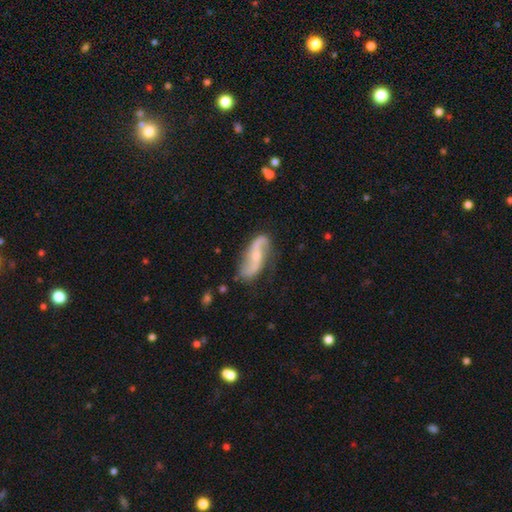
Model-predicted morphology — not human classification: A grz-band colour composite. It shows a featured or disk galaxy (82%) with no bar (48%), 2 (91%) loose (72%) spiral arms (95%) and a small central bulge (56%). Merging: none (73%).